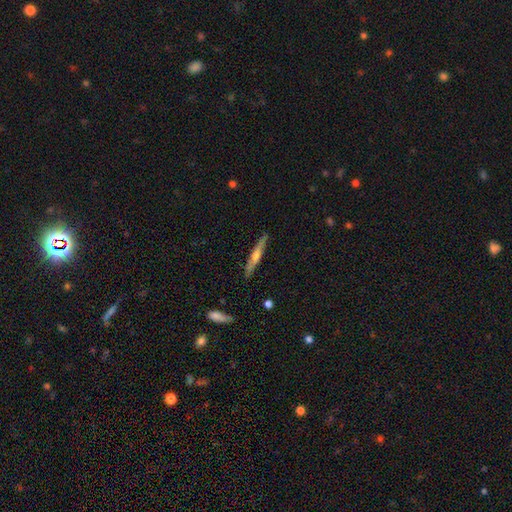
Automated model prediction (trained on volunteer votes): Smooth or featured? Predicted: featured or disk (p=0.59). Edge-on disk? Predicted: yes (p=0.95). Edge-on bulge? Predicted: rounded (p=0.72). Merging? Predicted: none (p=0.87).